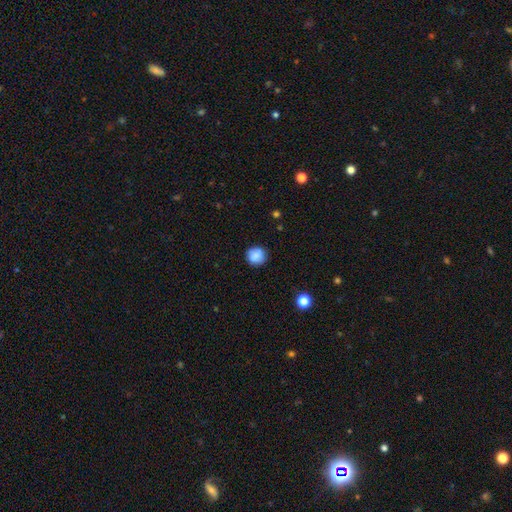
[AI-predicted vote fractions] Morphology: type=smooth (86%); roundness=round (91%); merging=none (85%).